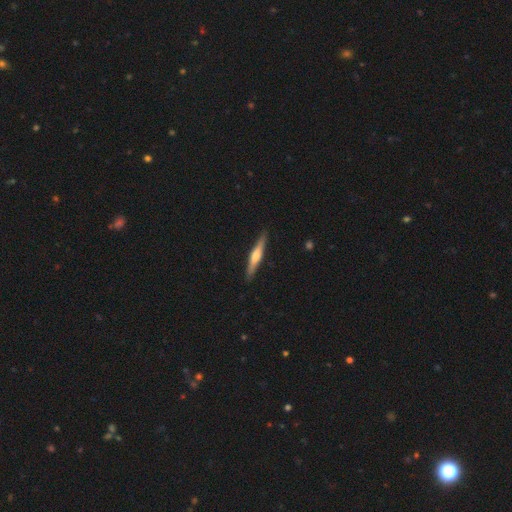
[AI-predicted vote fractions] The model was most divided on "smooth or featured": featured or disk: 56%, smooth: 39%, star or artifact: 5%. More confident: edge-on disk — yes (97%); merging — none (90%); edge-on bulge — rounded (81%).